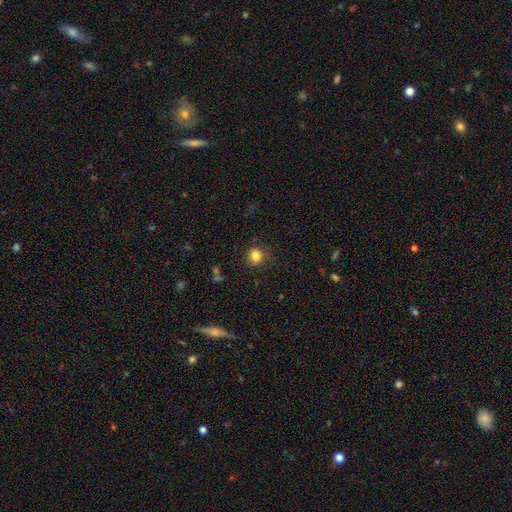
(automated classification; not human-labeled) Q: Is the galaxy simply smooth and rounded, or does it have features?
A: smooth — 83%.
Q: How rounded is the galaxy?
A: round — 89%.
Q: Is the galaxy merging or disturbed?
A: none — 87%.